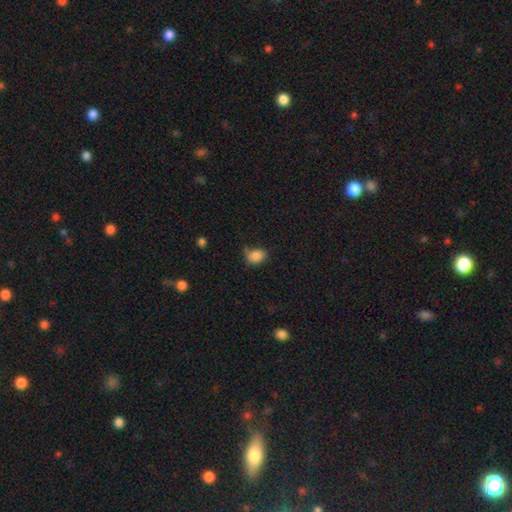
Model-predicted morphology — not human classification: The model was most divided on "merging": none: 61%, minor disturbance: 28%, major disturbance: 7%, merger: 5%. More confident: smooth or featured — smooth (86%); how rounded — in between (67%).